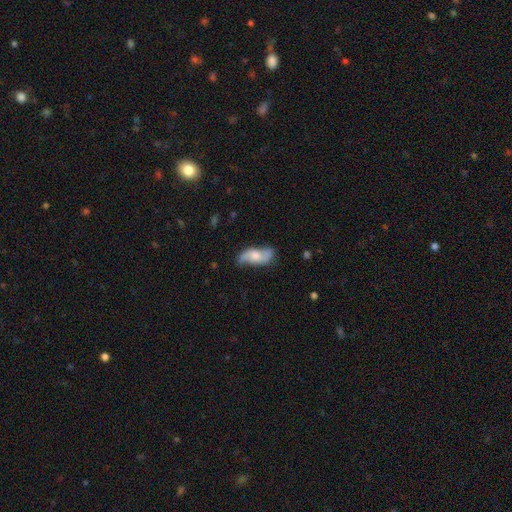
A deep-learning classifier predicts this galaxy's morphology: Smooth or featured? Predicted: featured or disk (p=0.56). Edge-on disk? Predicted: no (p=0.89). Merging? Predicted: none (p=0.65).